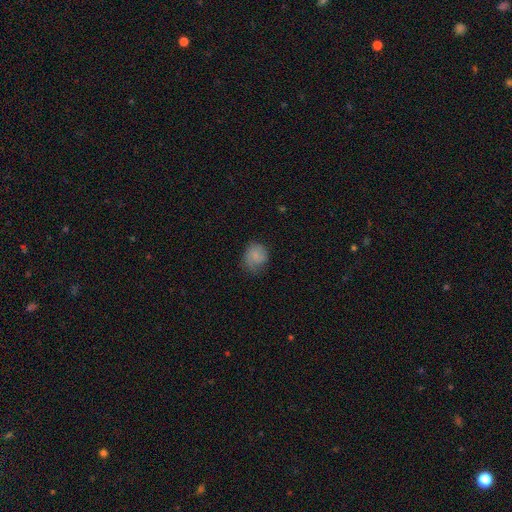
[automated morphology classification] smooth_or_featured: smooth (p=0.71) [alt: featured or disk p=0.20]
how_rounded: round (p=0.69) [alt: in between p=0.30]
merging: none (p=0.55) [alt: minor disturbance p=0.29]